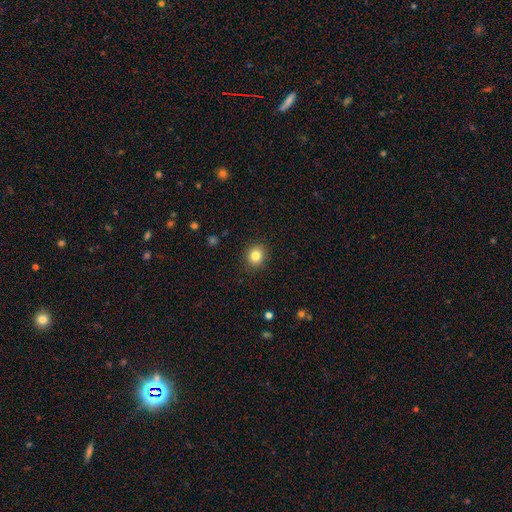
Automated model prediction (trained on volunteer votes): Smooth or featured?
  - smooth: 83% *
  - star or artifact: 11%
  - featured or disk: 6%
How rounded?
  - round: 79% *
  - in between: 20%
  - cigar-shaped: 1%
Merging?
  - none: 90% *
  - minor disturbance: 7%
  - major disturbance: 2%
  - merger: 1%